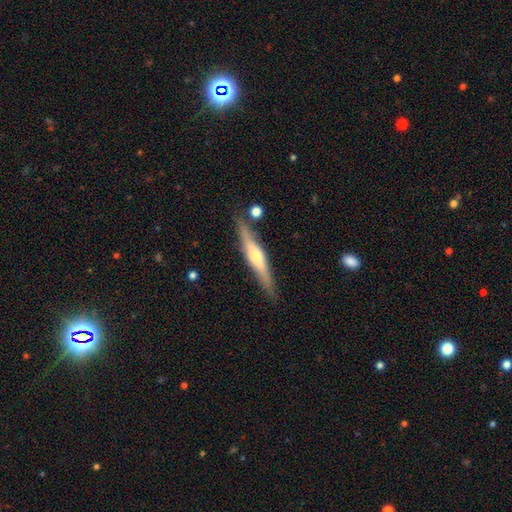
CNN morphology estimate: Smooth or featured?
  - featured or disk: 68% *
  - smooth: 26%
  - star or artifact: 6%
Edge-on disk?
  - yes: 96% *
  - no: 4%
Edge-on bulge?
  - rounded: 82% *
  - boxy: 10%
  - none: 8%
Merging?
  - none: 85% *
  - minor disturbance: 10%
  - merger: 3%
  - major disturbance: 2%